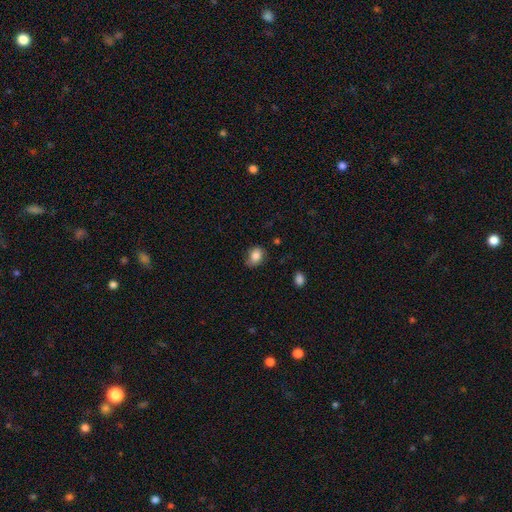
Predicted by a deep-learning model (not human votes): This appears to be a smooth galaxy with no disk features (83%) that is in between round and cigar-shaped (64%). Merging: none (65%).